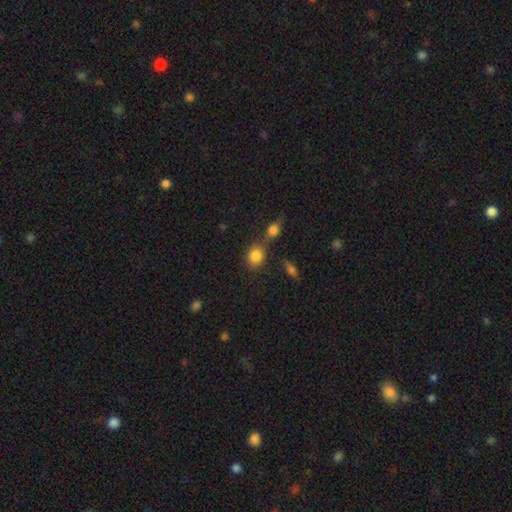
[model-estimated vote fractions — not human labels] A smooth galaxy with no disk features (83%) that is round (69%).

Vote fractions:
- Smooth or featured? smooth: 83% / star or artifact: 10% / featured or disk: 7%
- How rounded? round: 69% / in between: 29% / cigar-shaped: 2%
- Merging? none: 55% / merger: 30% / minor disturbance: 11% / major disturbance: 4%